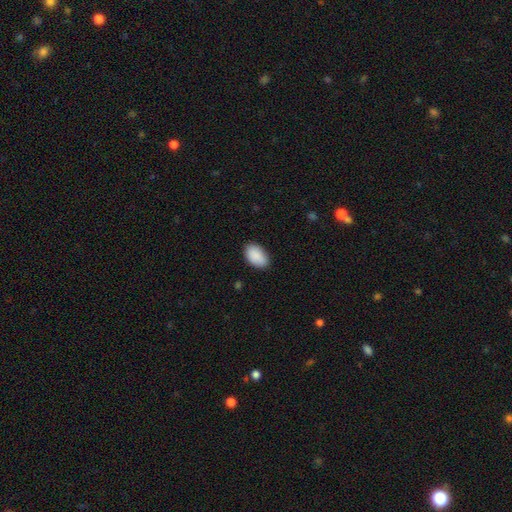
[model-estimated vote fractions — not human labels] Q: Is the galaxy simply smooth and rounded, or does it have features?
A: smooth — 91%.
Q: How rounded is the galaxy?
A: in between — 94%.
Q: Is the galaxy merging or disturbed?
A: none — 86%.